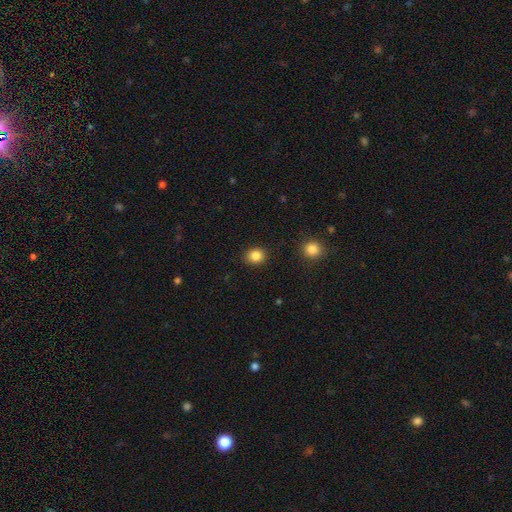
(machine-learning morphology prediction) This appears to be a smooth galaxy with no disk features (85%) that is round (72%). Merging: none (89%).